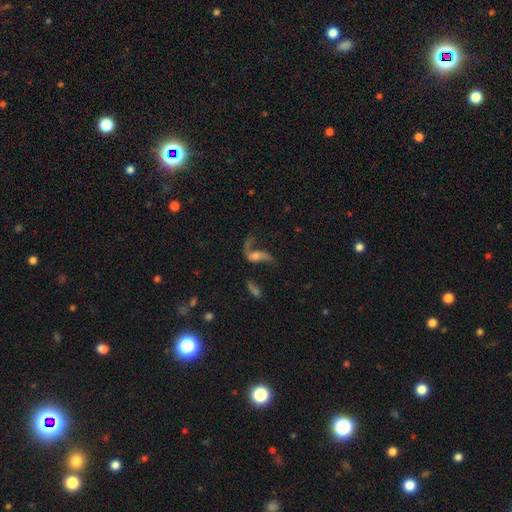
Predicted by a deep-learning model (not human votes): The model was most divided on "merging": none: 38%, major disturbance: 36%, minor disturbance: 15%, merger: 11%. Remaining: edge-on disk — no (92%); spiral winding — loose (89%); spiral arms — yes (83%); spiral arm count — 2 (75%); smooth or featured — featured or disk (71%); bar — no (57%); bulge size — moderate (39%).